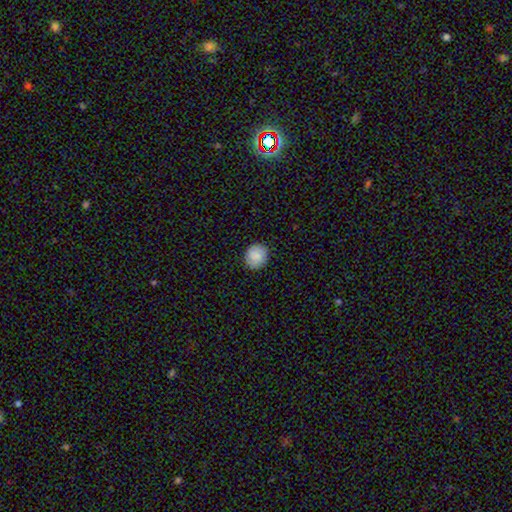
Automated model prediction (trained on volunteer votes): A smooth galaxy with no disk features (88%) that is round (79%).

Vote fractions:
- Smooth or featured? smooth: 88% / star or artifact: 7% / featured or disk: 4%
- How rounded? round: 79% / in between: 20% / cigar-shaped: 1%
- Merging? none: 89% / minor disturbance: 8% / major disturbance: 2% / merger: 1%